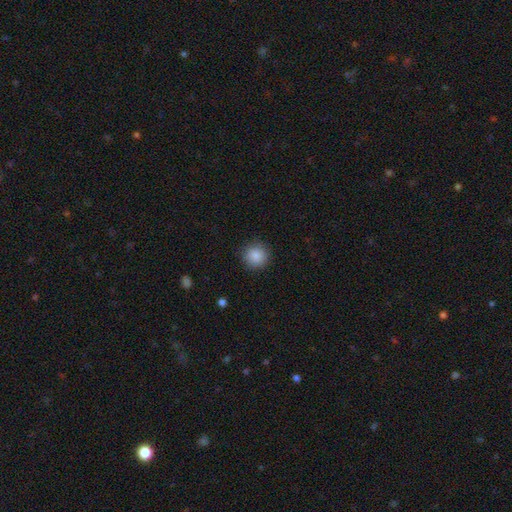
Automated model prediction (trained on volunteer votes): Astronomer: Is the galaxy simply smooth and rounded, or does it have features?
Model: smooth — 86%.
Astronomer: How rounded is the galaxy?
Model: round — 93%.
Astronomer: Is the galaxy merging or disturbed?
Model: none — 90%.